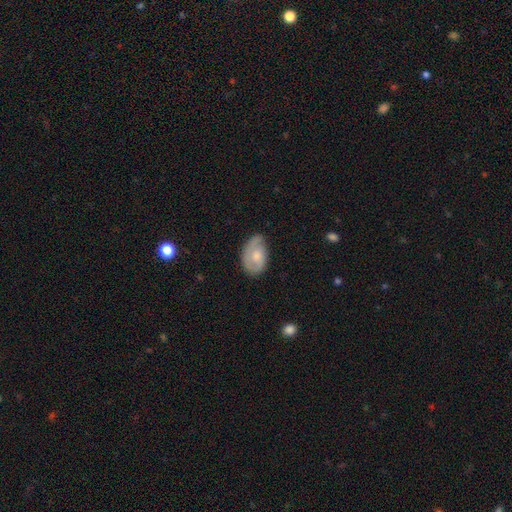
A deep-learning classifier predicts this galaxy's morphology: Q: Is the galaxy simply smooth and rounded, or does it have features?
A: featured or disk — 47%.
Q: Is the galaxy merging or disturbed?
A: none — 60%.